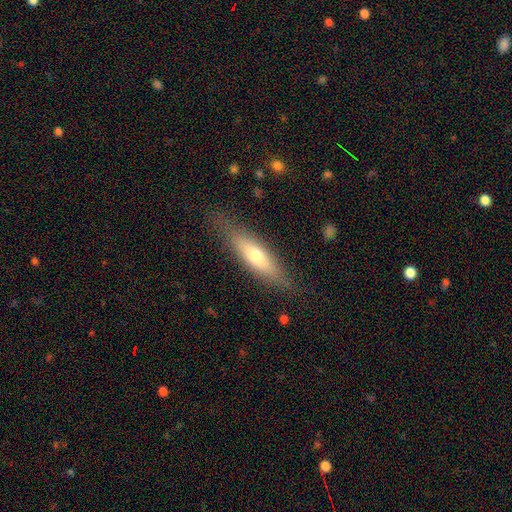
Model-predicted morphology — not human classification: This appears to be a smooth galaxy with no disk features (59%) that is cigar-shaped (67%). Merging: none (81%).